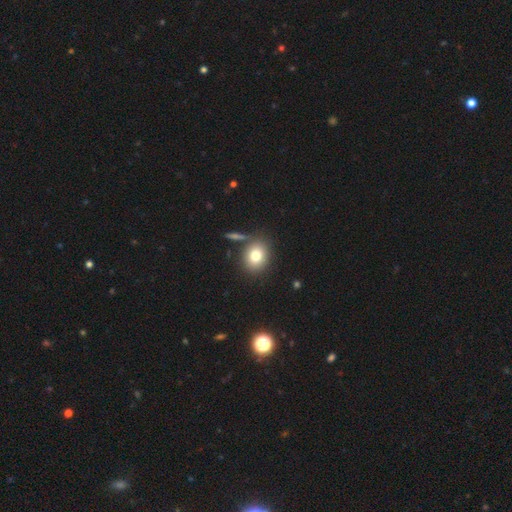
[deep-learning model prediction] This is likely a smooth galaxy (78%). How rounded: possibly round (58%). Merging: likely none (79%).